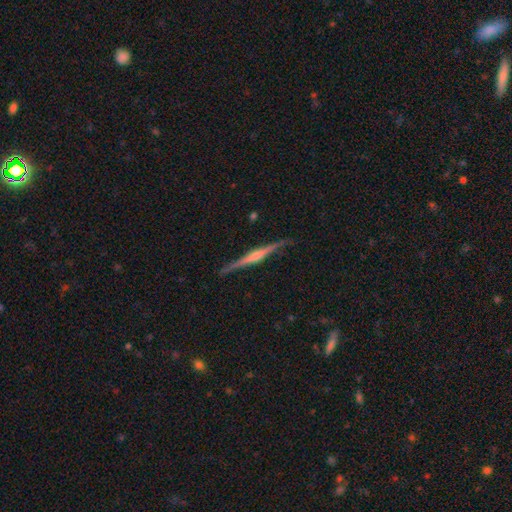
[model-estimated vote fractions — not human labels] Smooth or featured?
  - featured or disk: 80% *
  - smooth: 14%
  - star or artifact: 5%
Edge-on disk?
  - yes: 98% *
  - no: 2%
Edge-on bulge?
  - rounded: 66% *
  - boxy: 19%
  - none: 16%
Merging?
  - none: 88% *
  - minor disturbance: 9%
  - major disturbance: 2%
  - merger: 1%